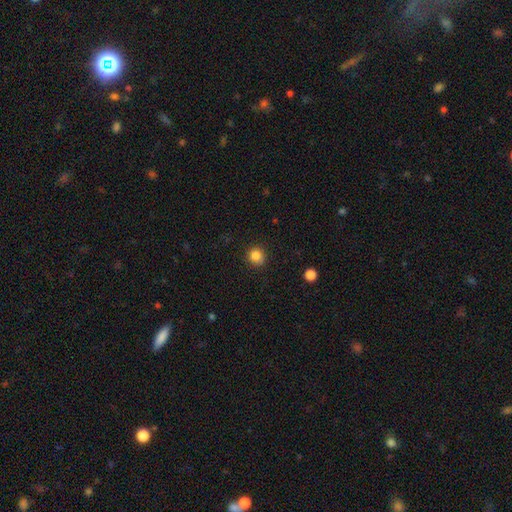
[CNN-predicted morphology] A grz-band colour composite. It shows a smooth galaxy with no disk features (84%) that is round (91%). Merging: none (86%).